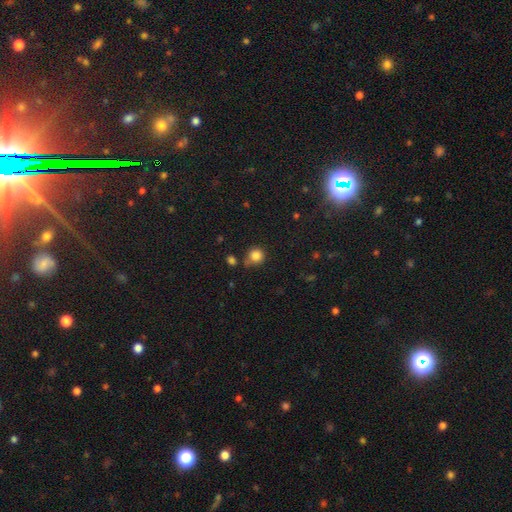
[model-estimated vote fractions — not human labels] Smooth or featured?
  - smooth: 85% *
  - star or artifact: 11%
  - featured or disk: 4%
How rounded?
  - round: 92% *
  - in between: 7%
  - cigar-shaped: 1%
Merging?
  - none: 71% *
  - minor disturbance: 15%
  - merger: 10%
  - major disturbance: 4%